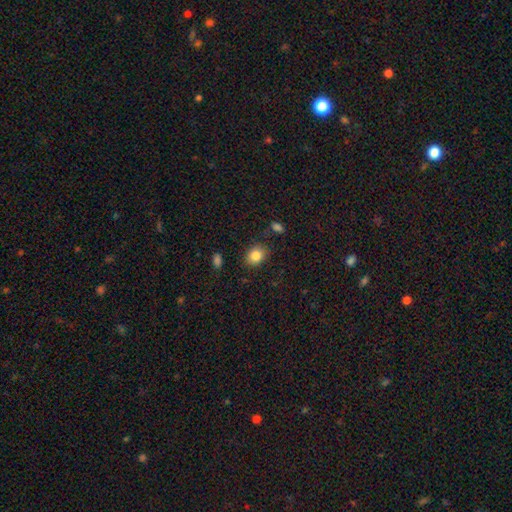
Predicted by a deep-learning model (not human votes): smooth_or_featured: smooth (p=0.83) [alt: star or artifact p=0.09]
how_rounded: in between (p=0.58) [alt: round p=0.41]
merging: none (p=0.83) [alt: minor disturbance p=0.12]